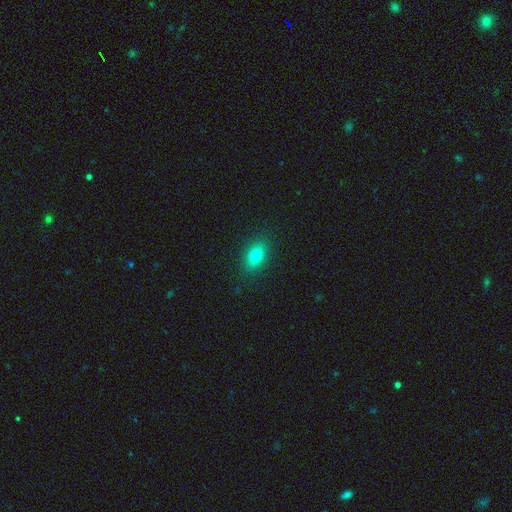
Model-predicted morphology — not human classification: Smooth or featured?
  - smooth: 79% *
  - featured or disk: 11%
  - star or artifact: 10%
How rounded?
  - in between: 83% *
  - round: 14%
  - cigar-shaped: 4%
Merging?
  - none: 88% *
  - minor disturbance: 8%
  - major disturbance: 2%
  - merger: 1%